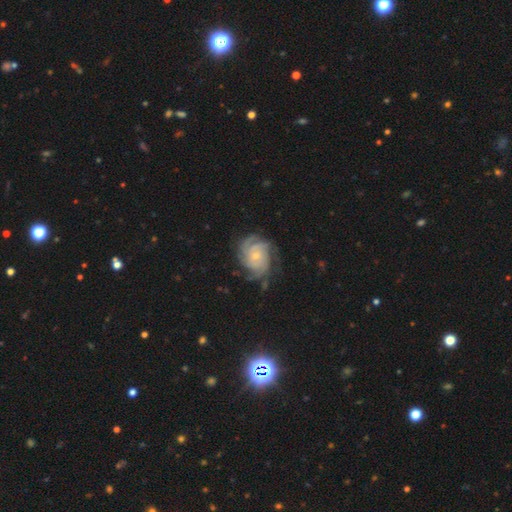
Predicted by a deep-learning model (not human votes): The model was most divided on "spiral arm count": 4: 32%, 3: 24%, can't tell: 17%, 2: 10%, more than 4: 9%, 1: 7%. More confident: edge-on disk — no (98%); spiral arms — yes (98%); smooth or featured — featured or disk (88%); bar — no (75%); merging — none (72%); bulge size — small (70%); spiral winding — tight (66%).